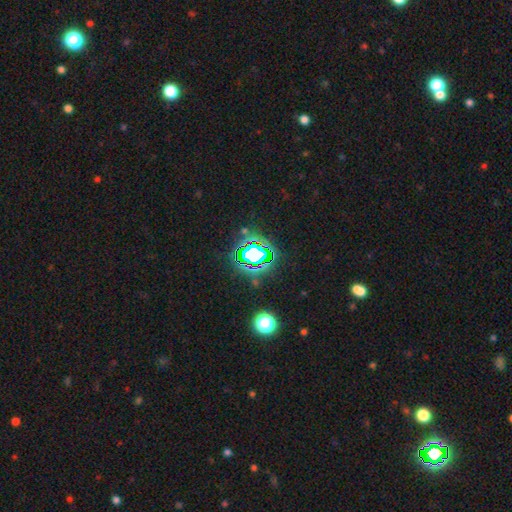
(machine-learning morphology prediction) smooth-or-featured: star or artifact: 71% | smooth: 18% | featured or disk: 11%